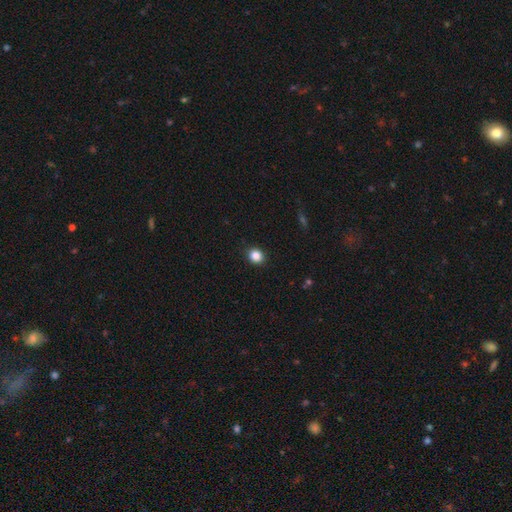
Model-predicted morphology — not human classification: Smooth or featured?
  - smooth: 86% *
  - star or artifact: 11%
  - featured or disk: 4%
How rounded?
  - round: 74% *
  - in between: 25%
  - cigar-shaped: 1%
Merging?
  - none: 90% *
  - minor disturbance: 7%
  - major disturbance: 2%
  - merger: 1%